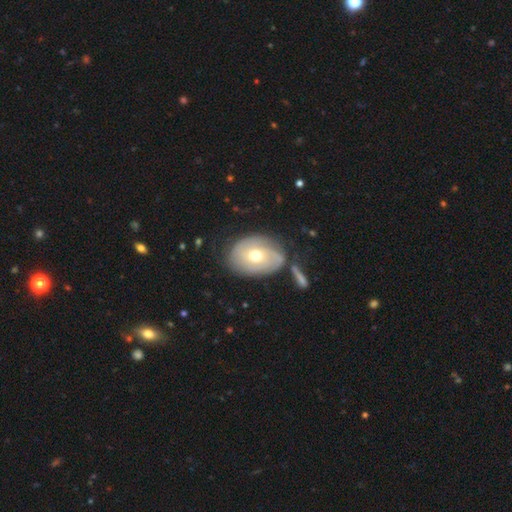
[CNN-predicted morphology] This is possibly a featured or disk galaxy (55%). It is clearly not viewed edge-on (93%). Bar: likely no (76%). Spiral arm pattern: likely yes (63%). Central bulge: likely moderate (67%). Merging: likely none (66%).